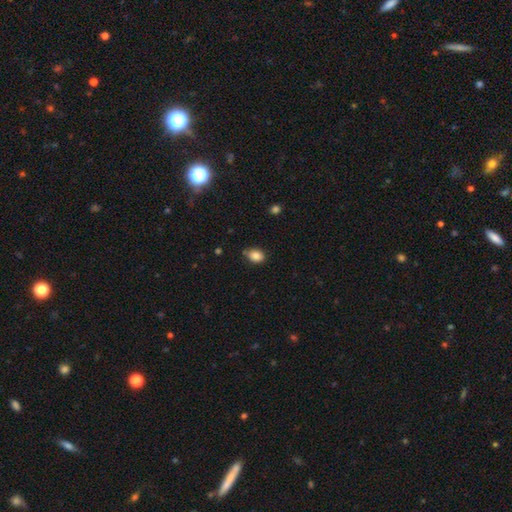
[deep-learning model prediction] Overall: smooth (85%). How rounded: in between (70%). Merging: none (70%).